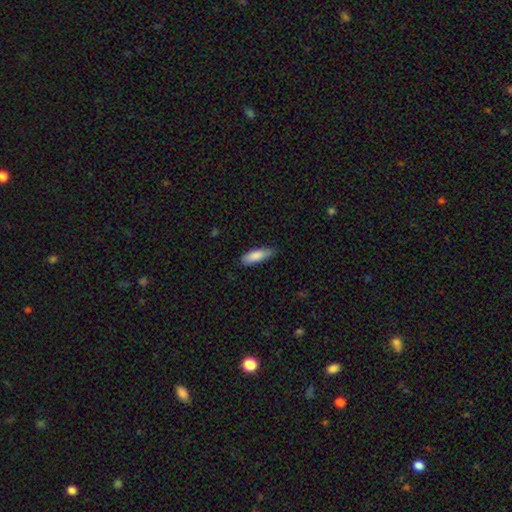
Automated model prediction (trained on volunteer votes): Smooth or featured?
  - smooth: 85% *
  - featured or disk: 10%
  - star or artifact: 6%
How rounded?
  - in between: 54% *
  - cigar-shaped: 45%
  - round: 2%
Merging?
  - none: 72% *
  - minor disturbance: 23%
  - major disturbance: 3%
  - merger: 1%